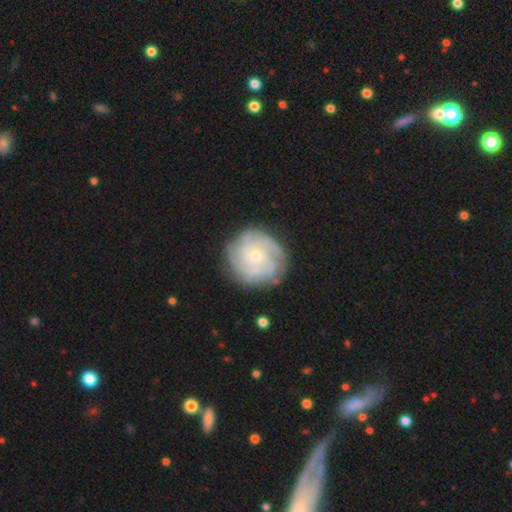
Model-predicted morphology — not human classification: Q: Smooth or featured?
A: featured or disk (81%); runner-up: smooth (13%)
Q: Edge-on disk?
A: no (98%); runner-up: yes (2%)
Q: Bar?
A: no (78%); runner-up: weak (19%)
Q: Spiral arms?
A: yes (94%); runner-up: no (6%)
Q: Spiral winding?
A: tight (72%); runner-up: medium (23%)
Q: Spiral arm count?
A: can't tell (33%); runner-up: 4 (21%)
Q: Bulge size?
A: small (66%); runner-up: moderate (30%)
Q: Merging?
A: none (81%); runner-up: minor disturbance (13%)